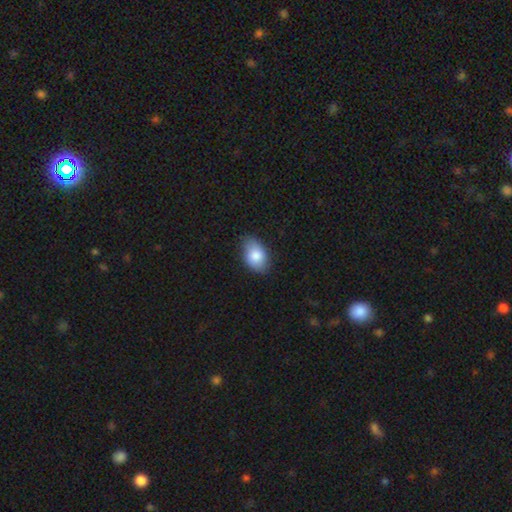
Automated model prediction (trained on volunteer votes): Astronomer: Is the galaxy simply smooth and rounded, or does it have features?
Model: smooth — 84%.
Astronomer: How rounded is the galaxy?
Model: in between — 87%.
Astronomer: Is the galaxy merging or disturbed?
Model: none — 73%.